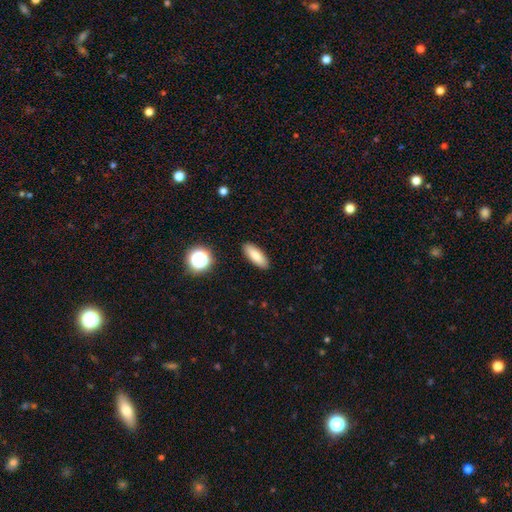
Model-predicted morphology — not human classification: type=smooth (83%); roundness=in between (66%); merging=none (90%).